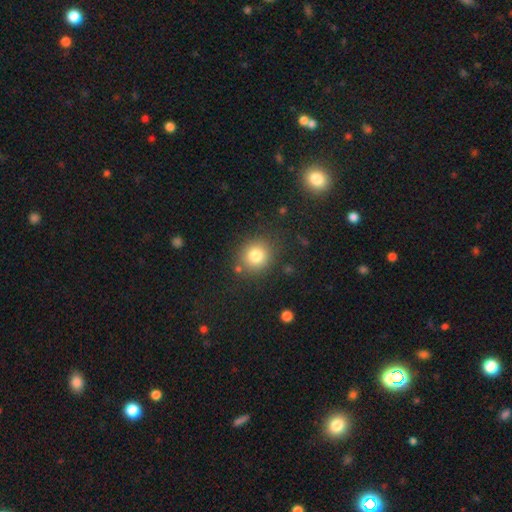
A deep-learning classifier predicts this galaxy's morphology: A smooth galaxy with no disk features (80%) that is round (88%).

Vote fractions:
- Smooth or featured? smooth: 80% / star or artifact: 12% / featured or disk: 8%
- How rounded? round: 88% / in between: 11% / cigar-shaped: 1%
- Merging? none: 84% / minor disturbance: 9% / merger: 4% / major disturbance: 3%